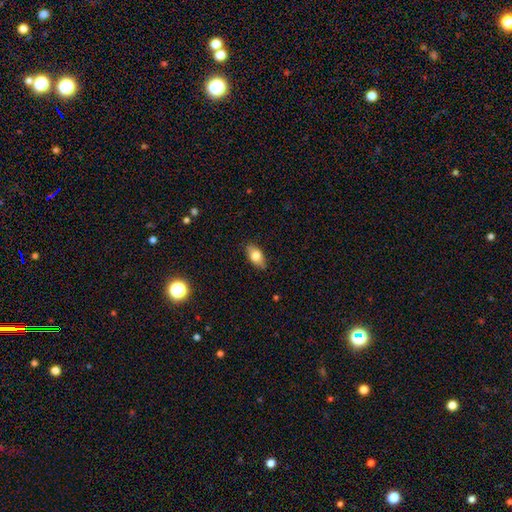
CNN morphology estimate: This appears to be a smooth galaxy with no disk features (77%) that is in between round and cigar-shaped (88%). Merging: none (84%).